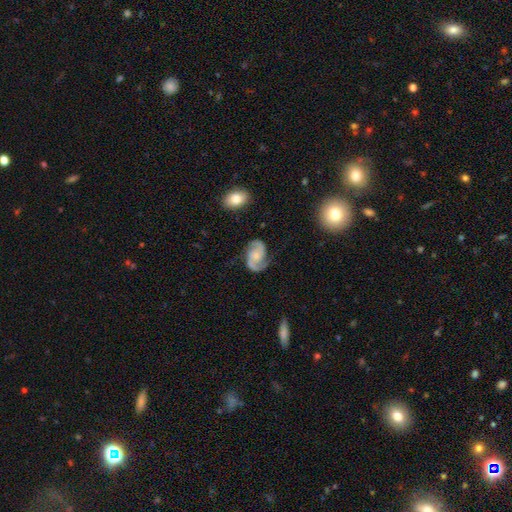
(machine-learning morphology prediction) A featured or disk galaxy (89%) with no bar (62%), 2 (93%) medium (56%) spiral arms (98%) and a small central bulge (51%). Merging: none (78%).